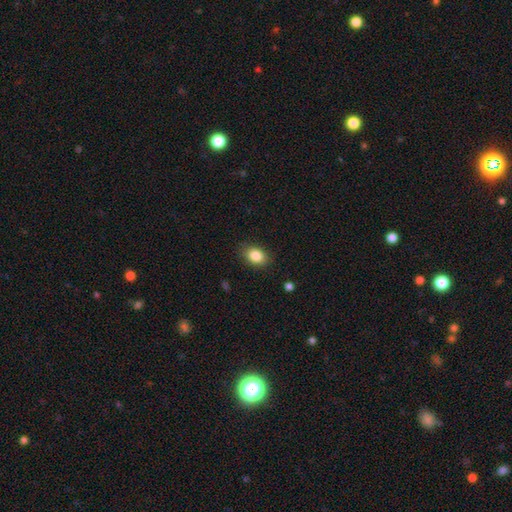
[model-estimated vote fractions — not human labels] smooth_or_featured: smooth (p=0.85) [alt: star or artifact p=0.09]
how_rounded: in between (p=0.75) [alt: round p=0.24]
merging: none (p=0.85) [alt: minor disturbance p=0.11]